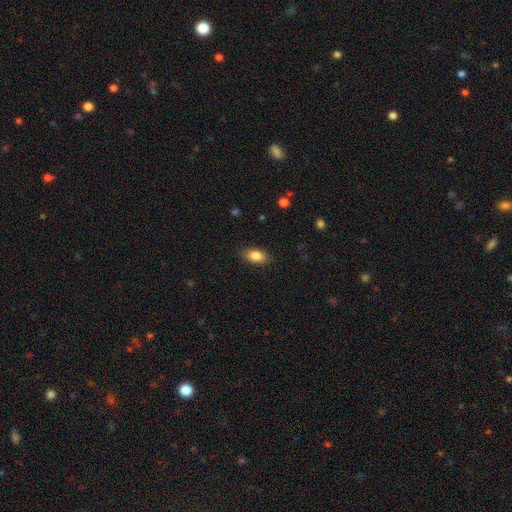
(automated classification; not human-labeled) Smooth or featured? smooth (86%)
How rounded? in between (90%)
Merging? none (87%)